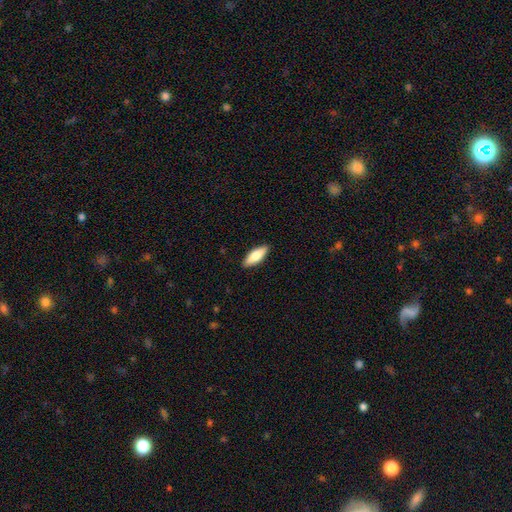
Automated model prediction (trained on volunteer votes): smooth 73%, featured or disk 21%, star or artifact 6%. Down the decision tree: how rounded — in between (63%); merging — none (89%).